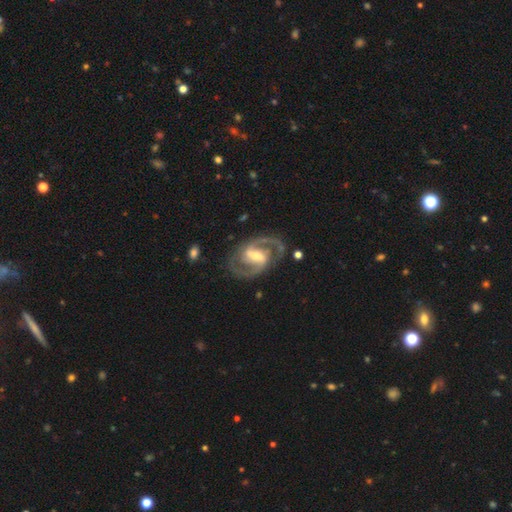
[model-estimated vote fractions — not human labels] Smooth or featured? Predicted: featured or disk (p=0.92). Edge-on disk? Predicted: no (p=0.98). Bar? Predicted: strong (p=0.53). Spiral arms? Predicted: yes (p=0.98). Spiral winding? Predicted: medium (p=0.63). Spiral arm count? Predicted: 2 (p=0.93). Bulge size? Predicted: moderate (p=0.49). Merging? Predicted: none (p=0.81).